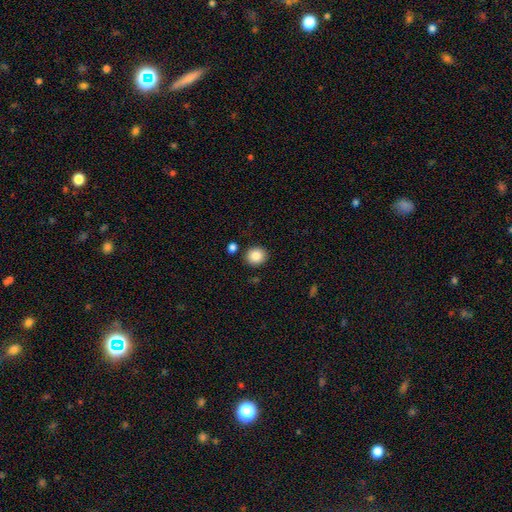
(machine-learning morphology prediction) Smooth or featured? smooth (86%)
How rounded? round (87%)
Merging? none (88%)